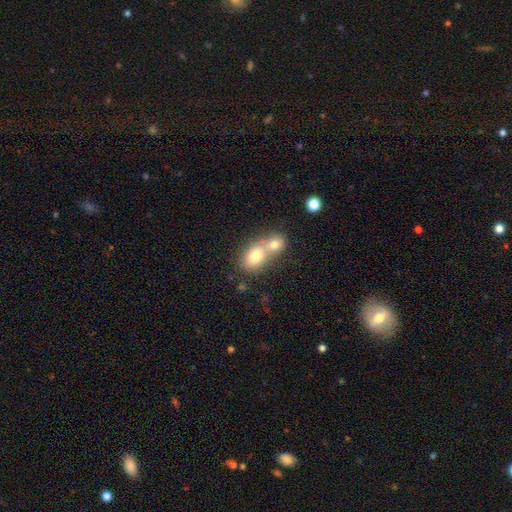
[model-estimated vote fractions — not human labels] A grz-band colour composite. It shows a smooth galaxy with no disk features (74%) that is in between round and cigar-shaped (68%). Merging: merger (67%).